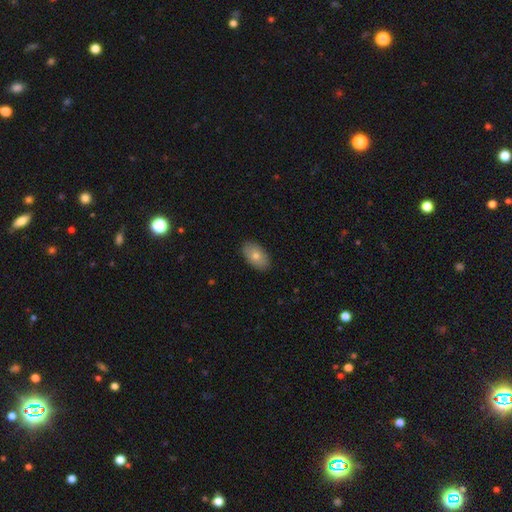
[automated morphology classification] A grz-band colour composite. It shows a smooth galaxy with no disk features (73%) that is in between round and cigar-shaped (91%). Merging: none (89%).